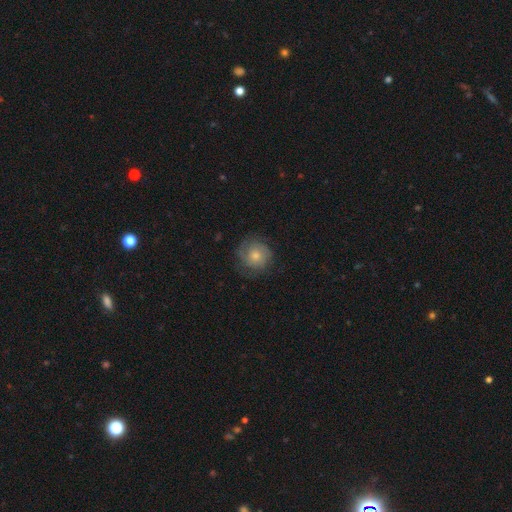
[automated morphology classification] This is possibly a smooth galaxy (55%). How rounded: clearly round (91%). Merging: likely none (70%).